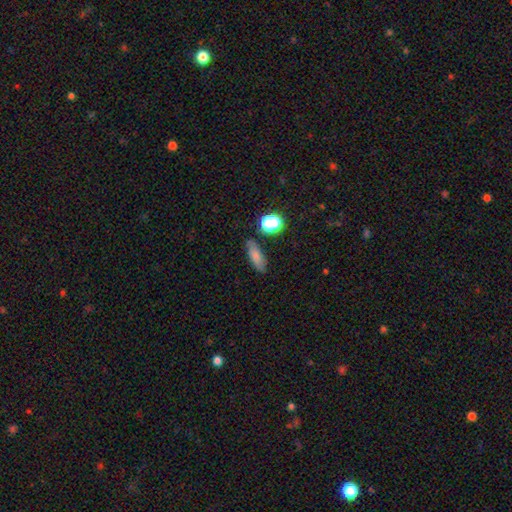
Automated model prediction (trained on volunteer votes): Q: Smooth or featured?
A: smooth (74%); runner-up: featured or disk (14%)
Q: How rounded?
A: in between (59%); runner-up: cigar-shaped (34%)
Q: Merging?
A: none (77%); runner-up: minor disturbance (15%)